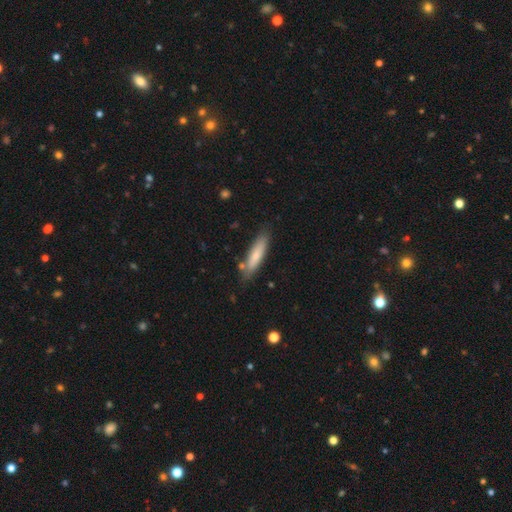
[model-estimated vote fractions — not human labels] Overall: smooth (74%). How rounded: cigar-shaped (77%). Merging: none (79%).